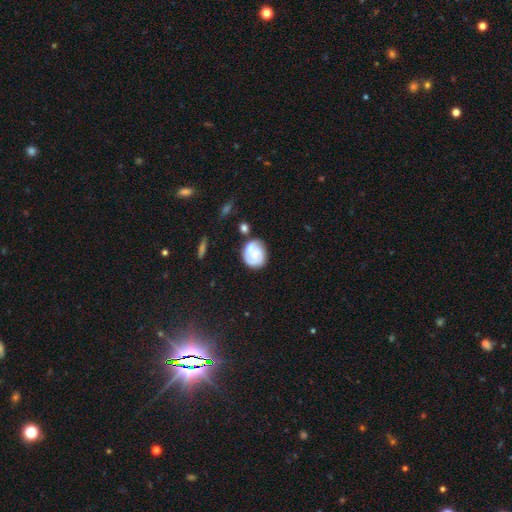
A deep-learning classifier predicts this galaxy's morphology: Q: Smooth or featured?
A: featured or disk (47%); runner-up: smooth (44%)
Q: Merging?
A: none (55%); runner-up: minor disturbance (23%)